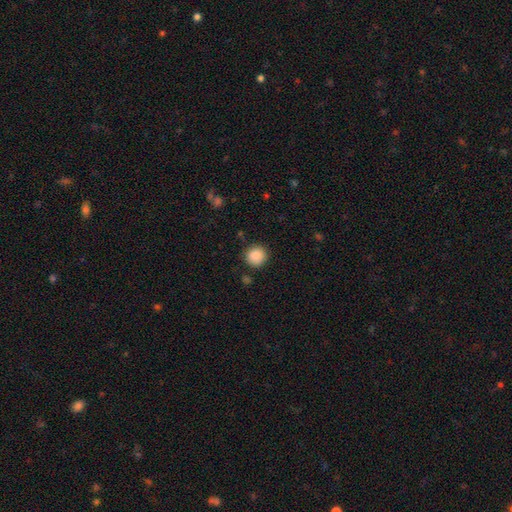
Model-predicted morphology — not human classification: A smooth galaxy with no disk features (88%) that is round (91%).

Vote fractions:
- Smooth or featured? smooth: 88% / star or artifact: 8% / featured or disk: 3%
- How rounded? round: 91% / in between: 8% / cigar-shaped: 1%
- Merging? none: 87% / minor disturbance: 8% / major disturbance: 3% / merger: 2%